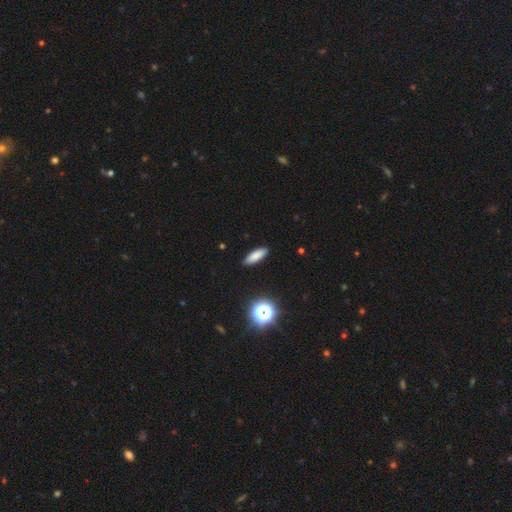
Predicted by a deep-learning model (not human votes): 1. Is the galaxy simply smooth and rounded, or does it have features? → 81% smooth, 10% star or artifact, 9% featured or disk.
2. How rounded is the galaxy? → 49% cigar-shaped, 47% in between, 3% round.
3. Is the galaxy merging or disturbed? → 90% none, 7% minor disturbance, 2% major disturbance, 1% merger.